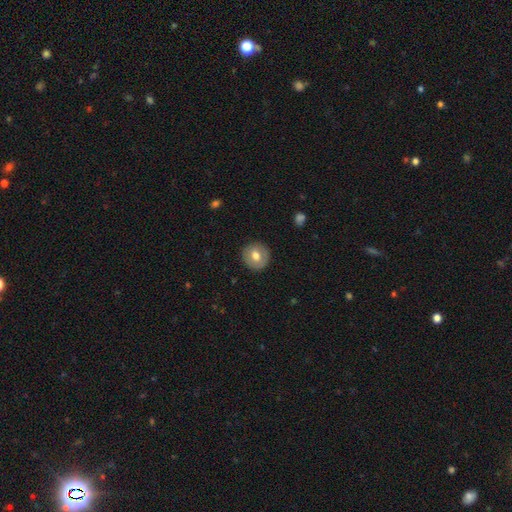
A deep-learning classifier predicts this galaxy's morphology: Smooth or featured? smooth (69%)
How rounded? round (92%)
Merging? none (90%)